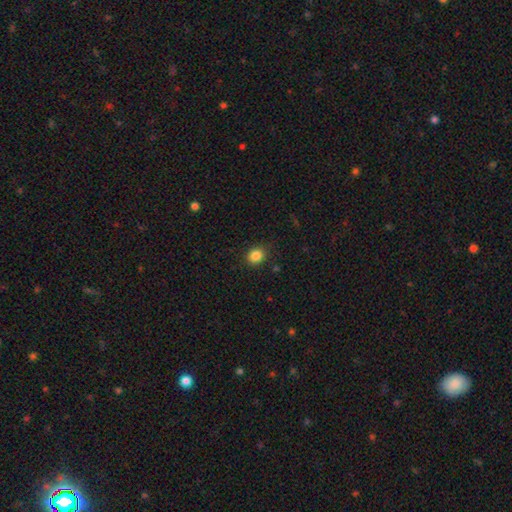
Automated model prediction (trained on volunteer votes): The model was most divided on "how rounded": round: 72%, in between: 27%, cigar-shaped: 1%. More confident: merging — none (88%); smooth or featured — smooth (85%).